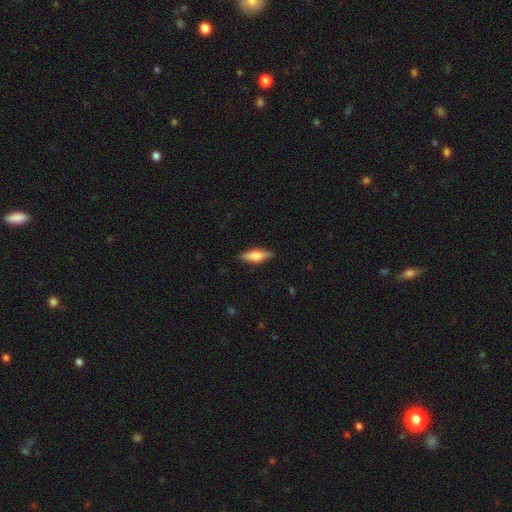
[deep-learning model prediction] This appears to be a smooth galaxy with no disk features (64%) that is in between round and cigar-shaped (52%). Merging: none (85%).